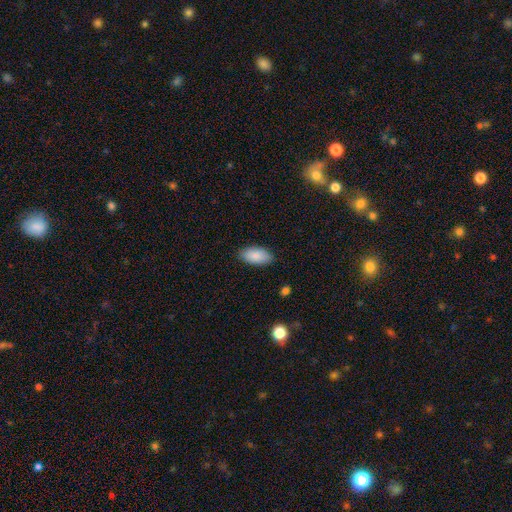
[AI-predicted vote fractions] Smooth or featured?
  - smooth: 89% *
  - star or artifact: 6%
  - featured or disk: 5%
How rounded?
  - in between: 93% *
  - cigar-shaped: 5%
  - round: 2%
Merging?
  - none: 86% *
  - minor disturbance: 11%
  - major disturbance: 2%
  - merger: 1%